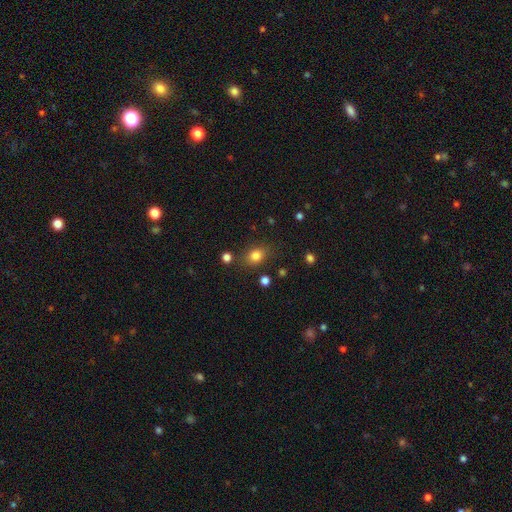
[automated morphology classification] Smooth or featured: smooth — 81% (star or artifact — 12%)
How rounded: in between — 58% (round — 40%)
Merging: none — 78% (minor disturbance — 13%)